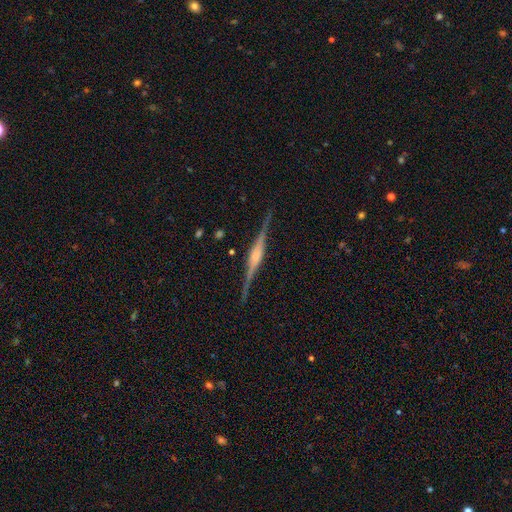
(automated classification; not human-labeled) A featured or disk galaxy (85%) viewed edge-on (98%) with a rounded central bulge (54%).

Vote fractions:
- Smooth or featured? featured or disk: 85% / smooth: 9% / star or artifact: 6%
- Edge-on disk? yes: 98% / no: 2%
- Edge-on bulge? rounded: 54% / boxy: 40% / none: 7%
- Merging? none: 88% / minor disturbance: 9% / major disturbance: 2% / merger: 1%